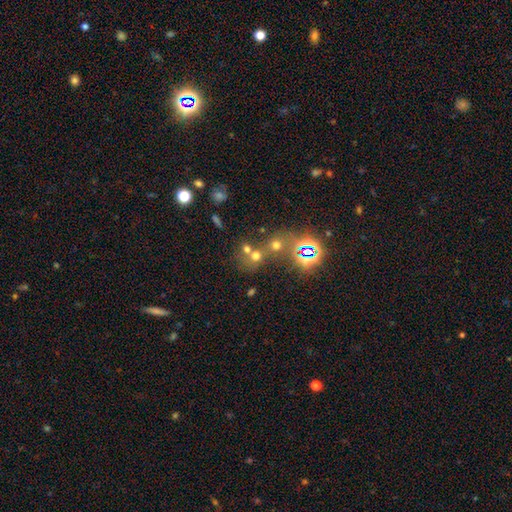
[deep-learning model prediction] smooth_or_featured: smooth (p=0.53) [alt: star or artifact p=0.33]
how_rounded: round (p=0.77) [alt: in between p=0.22]
merging: merger (p=0.45) [alt: none p=0.41]